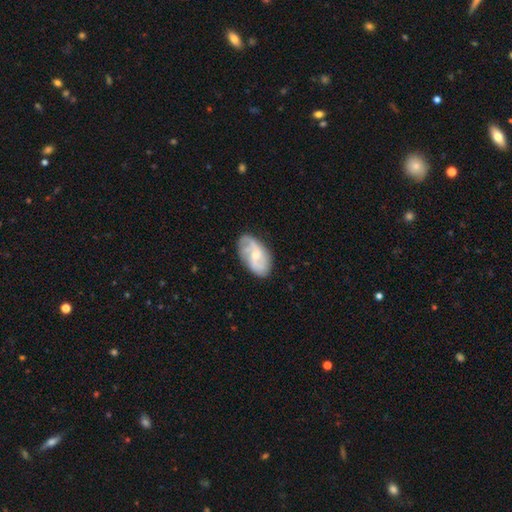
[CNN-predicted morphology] A featured or disk galaxy (69%) with no bar (50%), 2 (50%) loose (41%) spiral arms (88%) and a small central bulge (52%).

Vote fractions:
- Smooth or featured? featured or disk: 69% / smooth: 25% / star or artifact: 6%
- Edge-on disk? no: 96% / yes: 4%
- Bar? no: 50% / weak: 42% / strong: 8%
- Spiral arms? yes: 88% / no: 12%
- Spiral winding? loose: 41% / medium: 39% / tight: 20%
- Spiral arm count? 2: 50% / can't tell: 22% / 3: 16% / 1: 5% / 4: 4% / more than 4: 3%
- Bulge size? small: 52% / moderate: 41% / none: 4% / large: 2% / dominant: 1%
- Merging? none: 71% / minor disturbance: 20% / major disturbance: 7% / merger: 2%